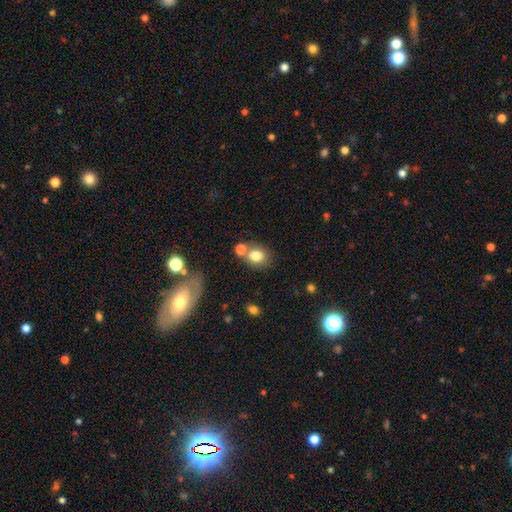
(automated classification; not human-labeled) smooth_or_featured: smooth (p=0.79) [alt: star or artifact p=0.10]
how_rounded: round (p=0.59) [alt: in between p=0.40]
merging: none (p=0.60) [alt: merger p=0.22]